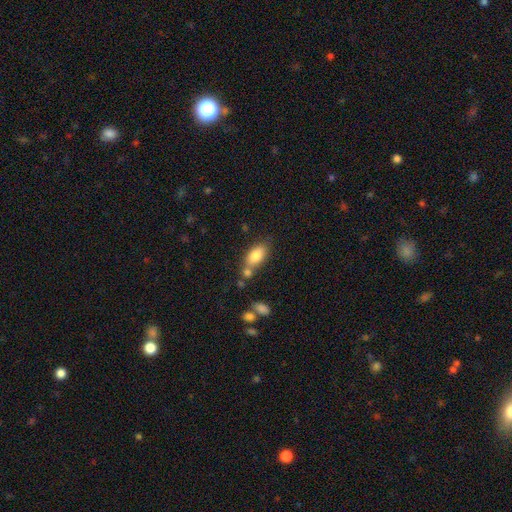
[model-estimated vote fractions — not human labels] smooth_or_featured: smooth (p=0.81) [alt: featured or disk p=0.11]
how_rounded: in between (p=0.90) [alt: round p=0.05]
merging: none (p=0.57) [alt: merger p=0.23]